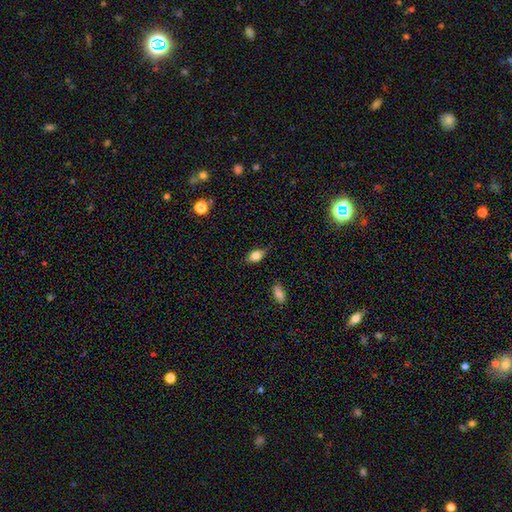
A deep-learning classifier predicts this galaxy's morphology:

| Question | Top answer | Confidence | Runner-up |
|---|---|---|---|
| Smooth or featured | smooth | 79% | featured or disk (12%) |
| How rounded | in between | 83% | round (13%) |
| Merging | none | 70% | minor disturbance (24%) |